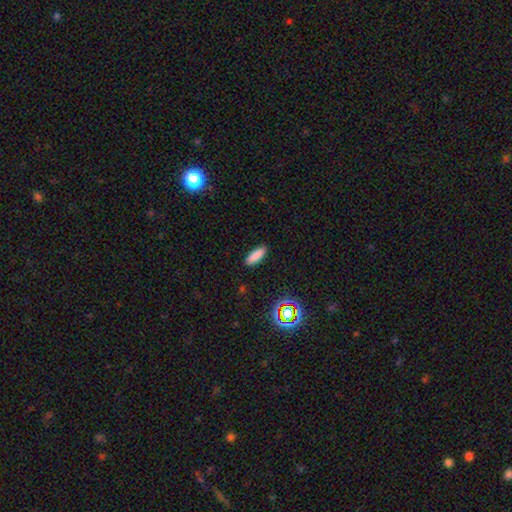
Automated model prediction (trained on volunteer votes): A smooth galaxy with no disk features (85%) that is in between round and cigar-shaped (55%). Merging: none (90%).